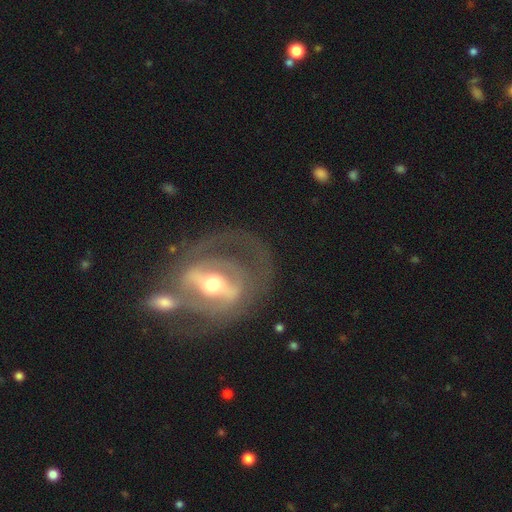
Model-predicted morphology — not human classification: This is clearly a featured or disk galaxy (82%). It is clearly not viewed edge-on (93%). Bar: possibly strong (47%). Spiral arm pattern: likely yes (65%). Central bulge: possibly moderate (60%). Merging: marginally none (42%).